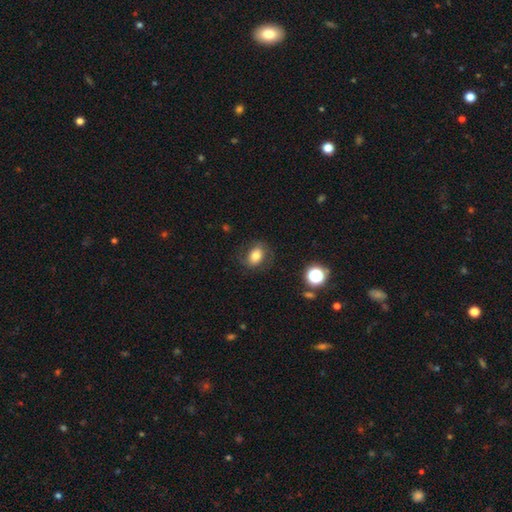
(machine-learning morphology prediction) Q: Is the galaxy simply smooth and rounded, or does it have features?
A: smooth — 61%.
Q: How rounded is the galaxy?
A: in between — 65%.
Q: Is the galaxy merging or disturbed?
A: none — 73%.